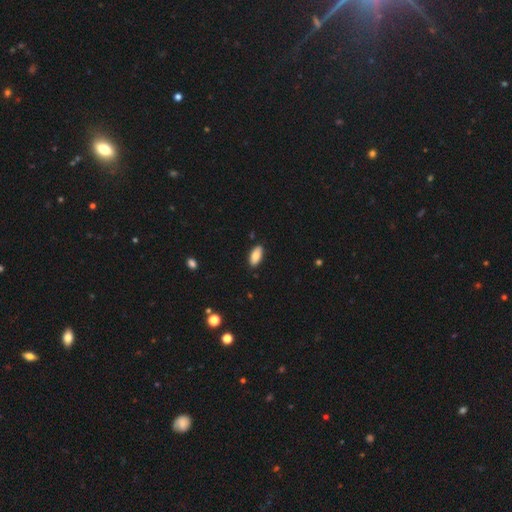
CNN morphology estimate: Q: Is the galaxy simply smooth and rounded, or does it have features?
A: smooth — 83%.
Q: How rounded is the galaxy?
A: in between — 89%.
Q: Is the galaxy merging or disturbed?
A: none — 88%.